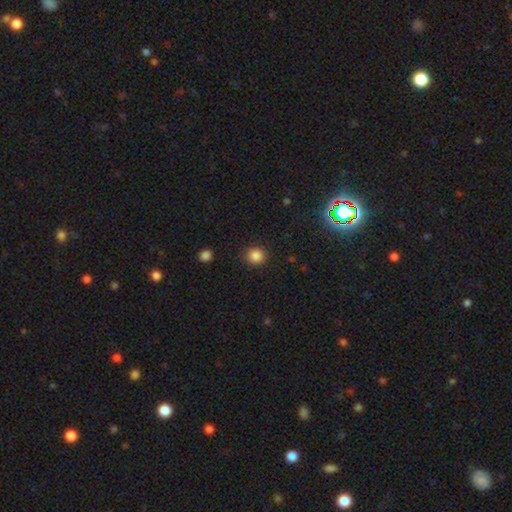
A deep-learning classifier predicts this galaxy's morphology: smooth-or-featured: smooth: 85% | star or artifact: 11% | featured or disk: 3%
  how-rounded: round: 86% | in between: 13% | cigar-shaped: 1%
  merging: none: 88% | minor disturbance: 8% | major disturbance: 3% | merger: 1%